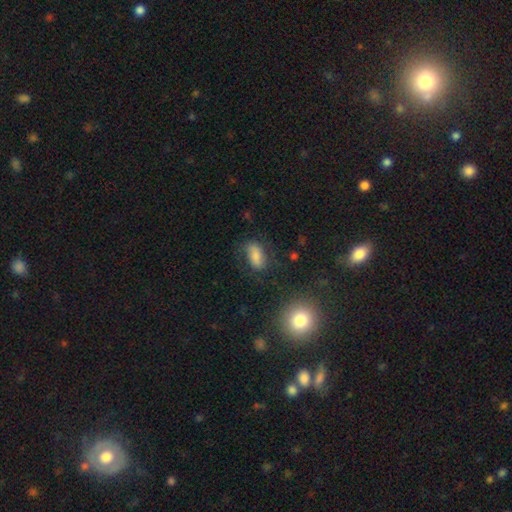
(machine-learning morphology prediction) Q: Smooth or featured?
A: smooth (72%); runner-up: featured or disk (16%)
Q: How rounded?
A: in between (86%); runner-up: round (7%)
Q: Merging?
A: none (62%); runner-up: minor disturbance (23%)